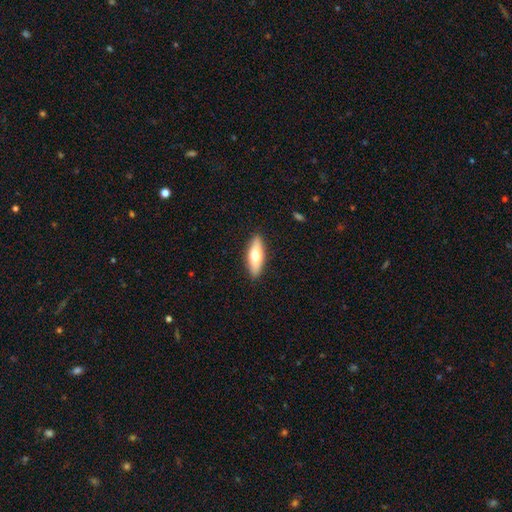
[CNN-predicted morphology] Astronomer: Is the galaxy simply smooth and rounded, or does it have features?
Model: smooth — 61%.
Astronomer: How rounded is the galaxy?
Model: in between — 53% (runner-up: cigar-shaped, 45%).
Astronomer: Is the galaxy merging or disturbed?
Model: none — 90%.